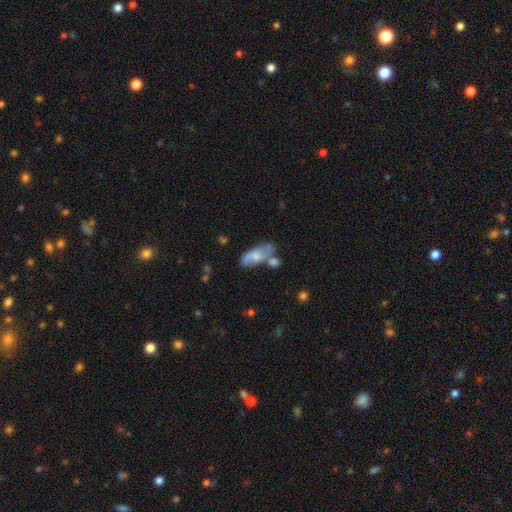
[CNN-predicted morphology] This appears to be a smooth galaxy with no disk features (48%). Merging: none (44%).